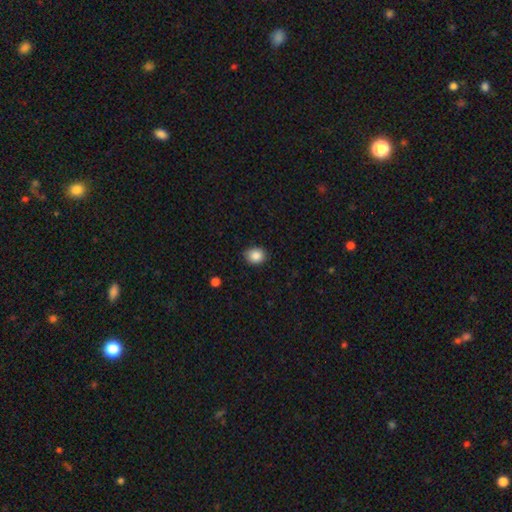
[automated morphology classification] smooth-or-featured: smooth: 87% | star or artifact: 9% | featured or disk: 4%
  how-rounded: round: 65% | in between: 34% | cigar-shaped: 1%
  merging: none: 83% | minor disturbance: 13% | major disturbance: 2% | merger: 1%